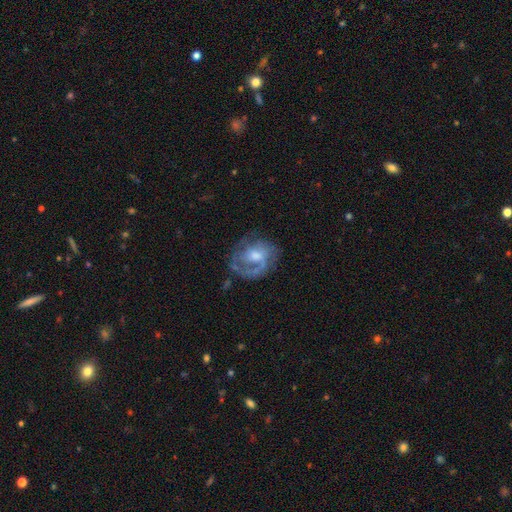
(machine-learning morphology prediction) Smooth or featured? featured or disk (71%)
Edge-on disk? no (97%)
Bar? no (59%)
Spiral arms? yes (79%)
Spiral winding? tight (41%)
Spiral arm count? 1 (38%)
Bulge size? moderate (57%)
Merging? none (55%)